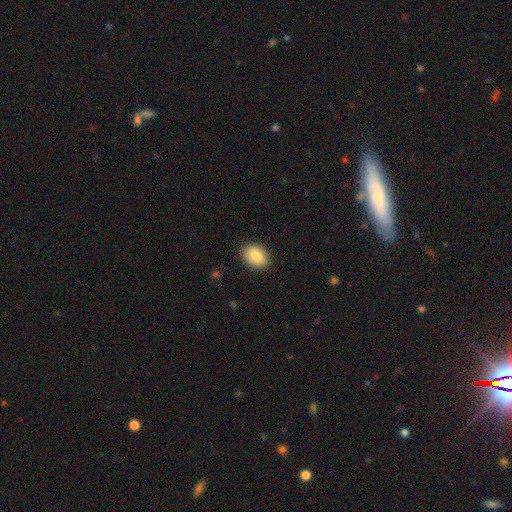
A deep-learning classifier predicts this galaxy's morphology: Smooth or featured: smooth — 88% (star or artifact — 7%)
How rounded: in between — 81% (round — 18%)
Merging: none — 88% (minor disturbance — 9%)